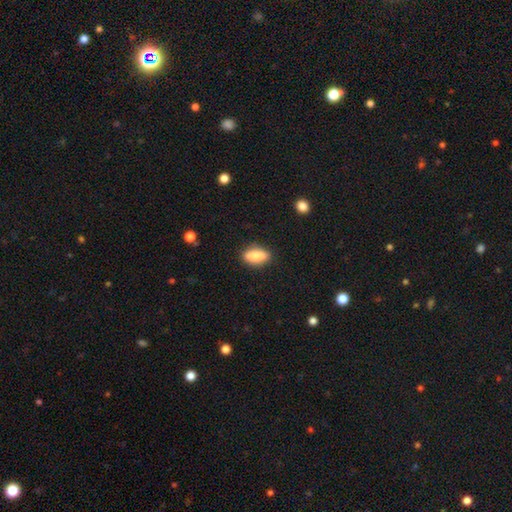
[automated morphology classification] Smooth or featured: smooth — 80% (featured or disk — 13%)
How rounded: in between — 74% (cigar-shaped — 22%)
Merging: none — 85% (minor disturbance — 11%)